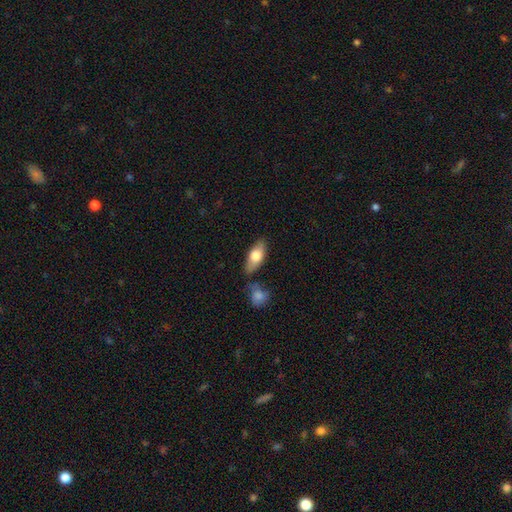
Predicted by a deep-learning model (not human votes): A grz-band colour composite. It shows a smooth galaxy with no disk features (71%) that is in between round and cigar-shaped (81%). Merging: none (74%).